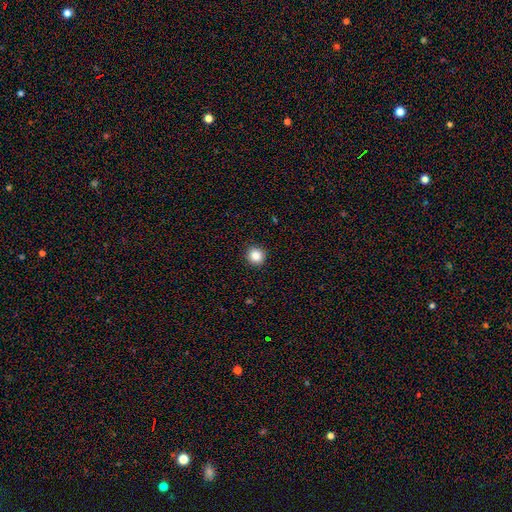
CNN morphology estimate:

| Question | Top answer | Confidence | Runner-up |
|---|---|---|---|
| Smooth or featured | smooth | 86% | star or artifact (10%) |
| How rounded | round | 91% | in between (8%) |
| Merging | none | 92% | minor disturbance (5%) |